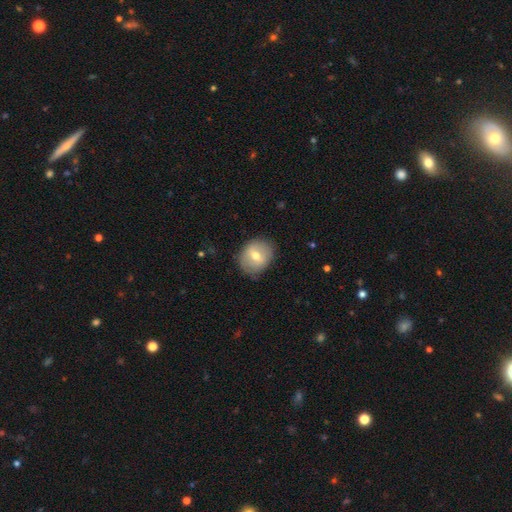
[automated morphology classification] Smooth or featured: smooth — 61% (featured or disk — 32%)
How rounded: round — 68% (in between — 31%)
Merging: none — 79% (minor disturbance — 16%)